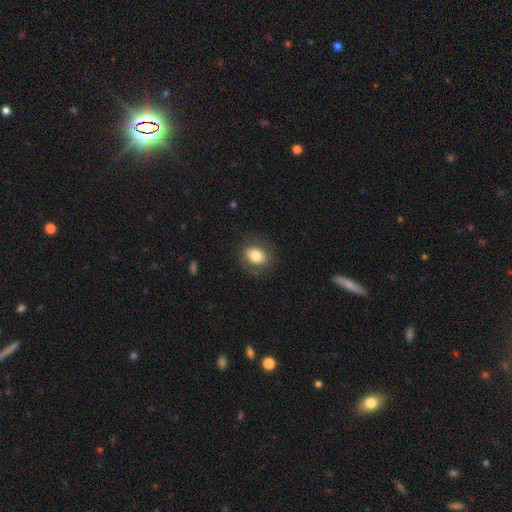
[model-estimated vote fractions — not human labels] smooth 78%, featured or disk 14%, star or artifact 8%. Down the decision tree: how rounded — in between (55%); merging — none (79%).